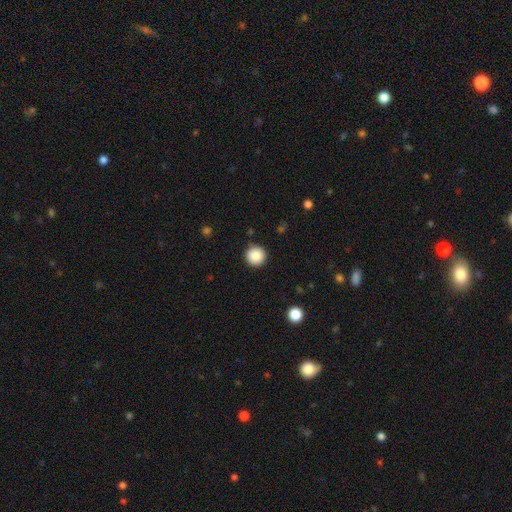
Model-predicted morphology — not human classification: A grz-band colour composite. It shows a smooth galaxy with no disk features (85%) that is round (96%). Merging: none (91%).